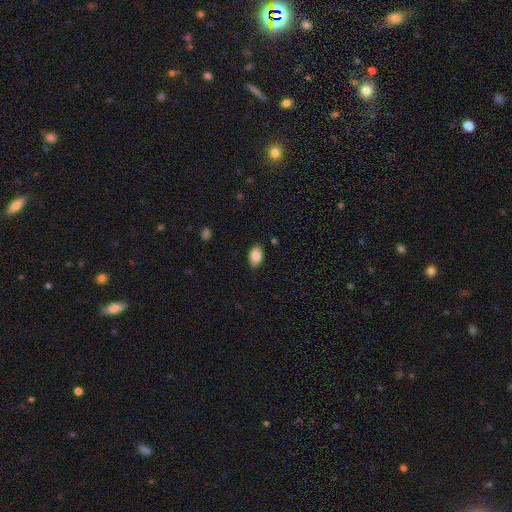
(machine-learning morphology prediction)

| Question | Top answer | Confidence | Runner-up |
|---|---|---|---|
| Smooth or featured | smooth | 86% | star or artifact (7%) |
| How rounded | in between | 91% | round (7%) |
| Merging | none | 86% | minor disturbance (11%) |